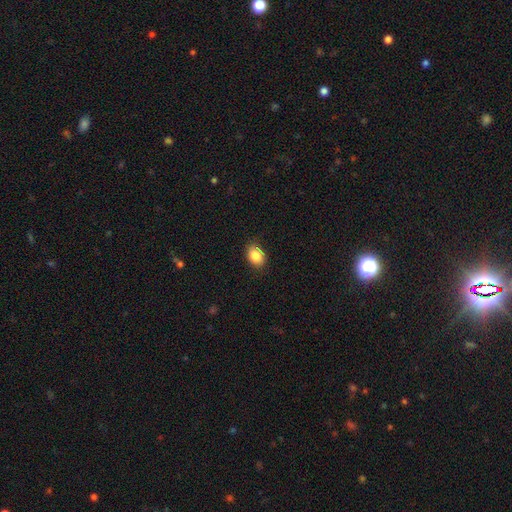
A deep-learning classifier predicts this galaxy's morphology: A smooth galaxy with no disk features (86%) that is in between round and cigar-shaped (72%). Merging: none (82%).